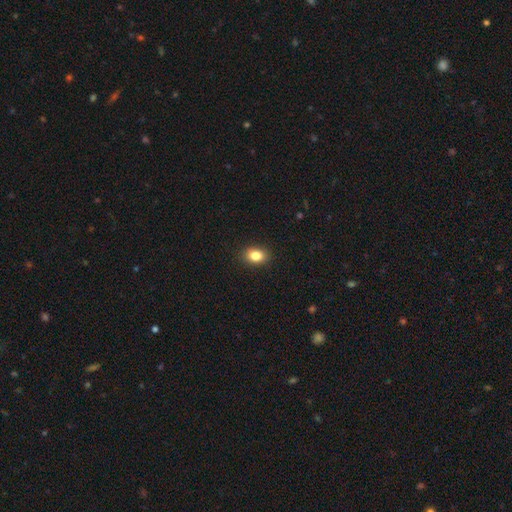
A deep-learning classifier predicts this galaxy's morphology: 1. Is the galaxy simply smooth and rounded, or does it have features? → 84% smooth, 9% star or artifact, 6% featured or disk.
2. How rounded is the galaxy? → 75% in between, 24% round, 1% cigar-shaped.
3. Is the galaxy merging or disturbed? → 89% none, 8% minor disturbance, 2% major disturbance, 1% merger.